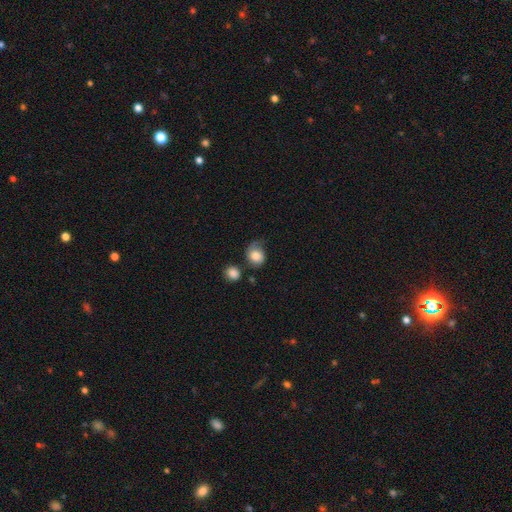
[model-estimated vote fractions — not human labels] A smooth galaxy with no disk features (76%) that is round (67%).

Vote fractions:
- Smooth or featured? smooth: 76% / featured or disk: 17% / star or artifact: 8%
- How rounded? round: 67% / in between: 32% / cigar-shaped: 1%
- Merging? none: 40% / minor disturbance: 32% / major disturbance: 21% / merger: 7%